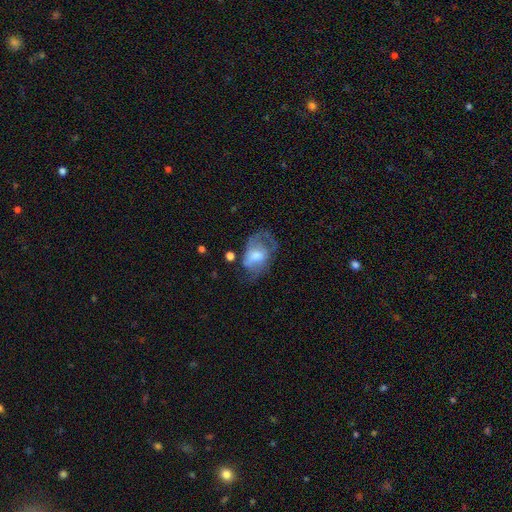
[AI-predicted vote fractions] smooth-or-featured: featured or disk: 50% | smooth: 42% | star or artifact: 8%
  merging: major disturbance: 37% | none: 32% | minor disturbance: 26% | merger: 4%